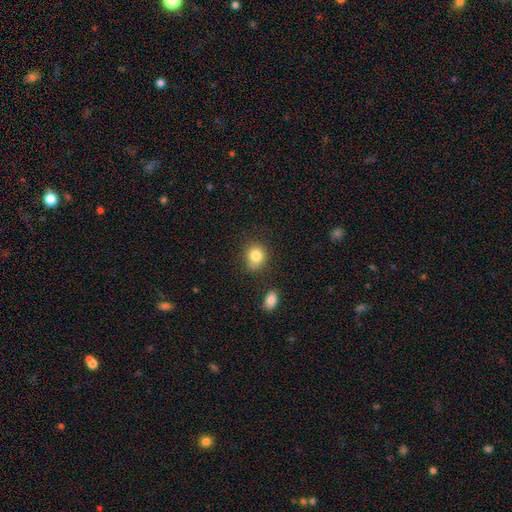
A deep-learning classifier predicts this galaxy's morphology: A smooth galaxy with no disk features (83%) that is round (70%).

Vote fractions:
- Smooth or featured? smooth: 83% / star or artifact: 10% / featured or disk: 7%
- How rounded? round: 70% / in between: 29% / cigar-shaped: 1%
- Merging? none: 73% / minor disturbance: 17% / merger: 5% / major disturbance: 5%